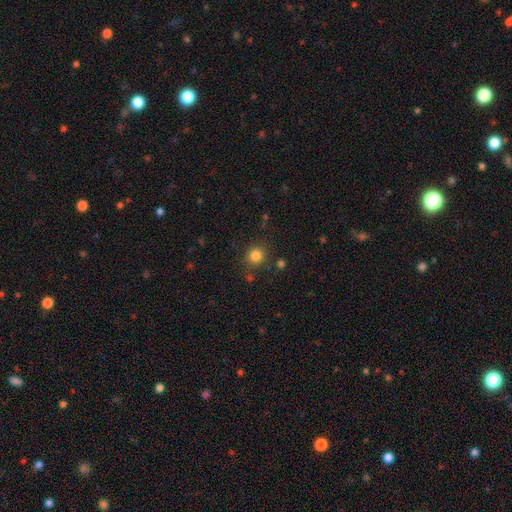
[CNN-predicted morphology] smooth_or_featured: smooth (p=0.83) [alt: star or artifact p=0.13]
how_rounded: round (p=0.87) [alt: in between p=0.12]
merging: none (p=0.84) [alt: minor disturbance p=0.09]